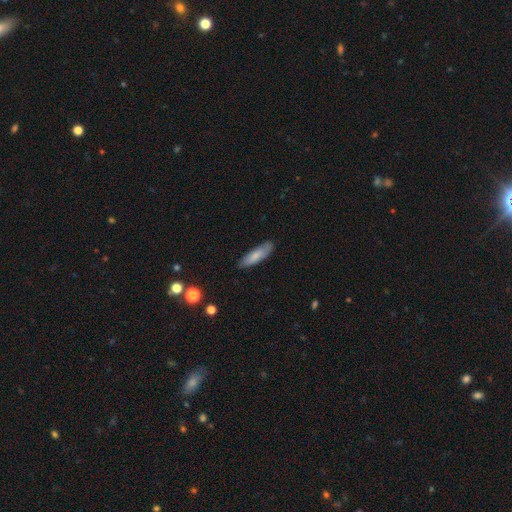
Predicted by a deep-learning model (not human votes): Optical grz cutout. It shows a smooth galaxy with no disk features (78%) that is cigar-shaped (58%). Merging: none (79%).